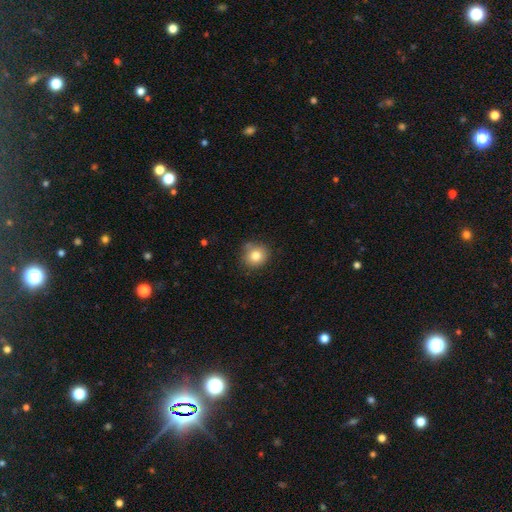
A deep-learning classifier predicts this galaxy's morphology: Smooth or featured?
  - smooth: 80% *
  - star or artifact: 11%
  - featured or disk: 9%
How rounded?
  - round: 89% *
  - in between: 11%
  - cigar-shaped: 1%
Merging?
  - none: 79% *
  - minor disturbance: 14%
  - merger: 3%
  - major disturbance: 3%